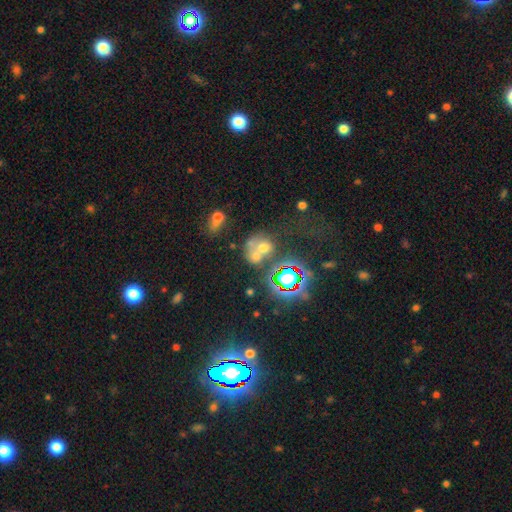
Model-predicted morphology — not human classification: The model was most divided on "smooth or featured": smooth: 49%, star or artifact: 29%, featured or disk: 22%. More confident: merging — merger (57%).